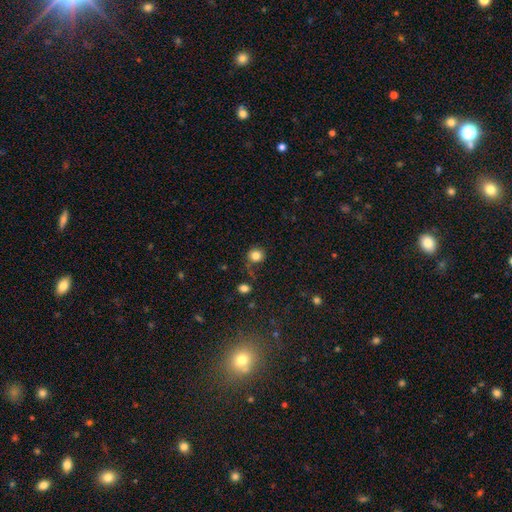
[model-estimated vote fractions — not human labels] Q: Smooth or featured?
A: smooth (82%); runner-up: star or artifact (11%)
Q: How rounded?
A: round (87%); runner-up: in between (12%)
Q: Merging?
A: none (71%); runner-up: minor disturbance (15%)